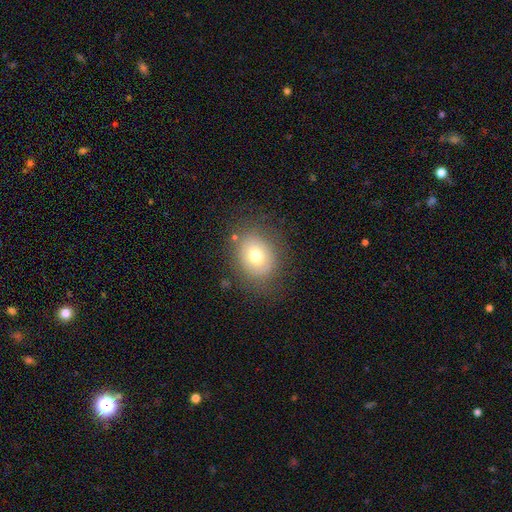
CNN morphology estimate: Smooth or featured?
  - smooth: 69% *
  - featured or disk: 20%
  - star or artifact: 11%
How rounded?
  - round: 54% *
  - in between: 45%
  - cigar-shaped: 1%
Merging?
  - none: 78% *
  - minor disturbance: 14%
  - major disturbance: 6%
  - merger: 2%